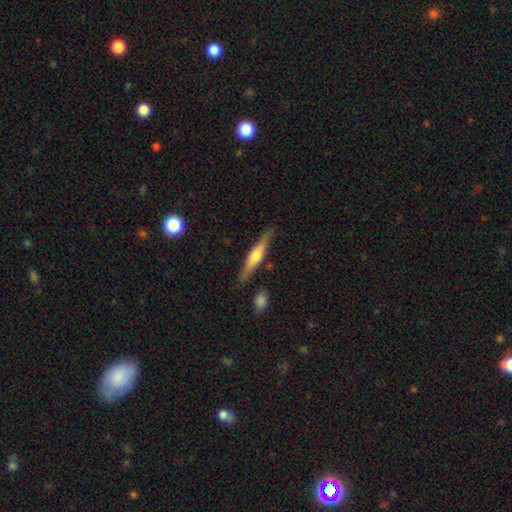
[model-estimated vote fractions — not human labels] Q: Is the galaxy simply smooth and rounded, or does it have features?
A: featured or disk — 61%.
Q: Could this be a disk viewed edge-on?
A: yes — 96%.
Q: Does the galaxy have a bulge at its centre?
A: rounded — 86%.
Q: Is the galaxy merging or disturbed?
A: none — 85%.